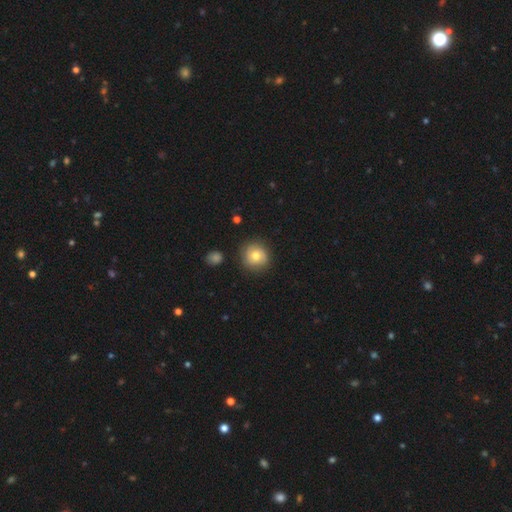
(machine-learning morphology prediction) Smooth or featured: smooth — 64% (featured or disk — 27%)
How rounded: round — 91% (in between — 8%)
Merging: none — 83% (minor disturbance — 12%)